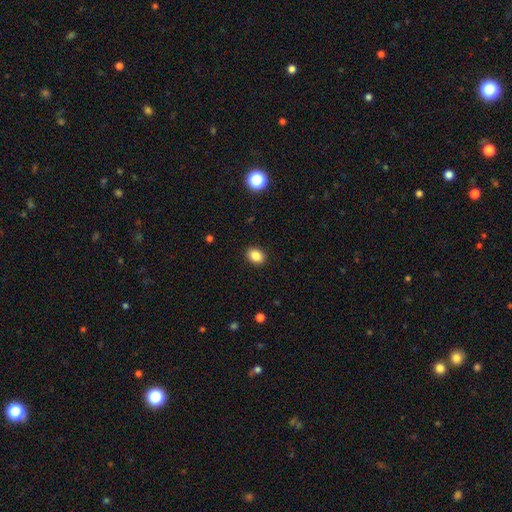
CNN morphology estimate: This appears to be a smooth galaxy with no disk features (86%) that is in between round and cigar-shaped (69%). Merging: none (90%).